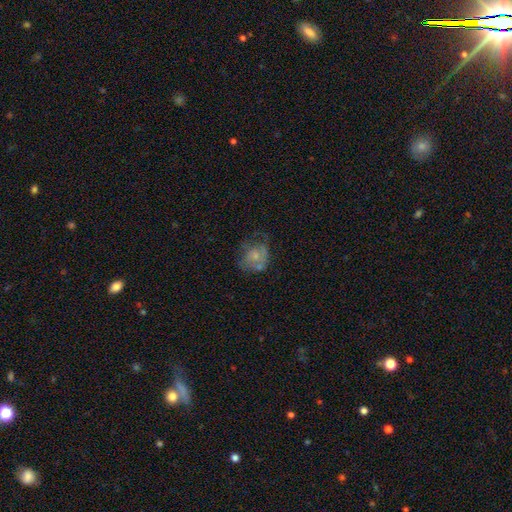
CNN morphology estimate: This is possibly a featured or disk galaxy (48%). Merging: marginally none (38%).